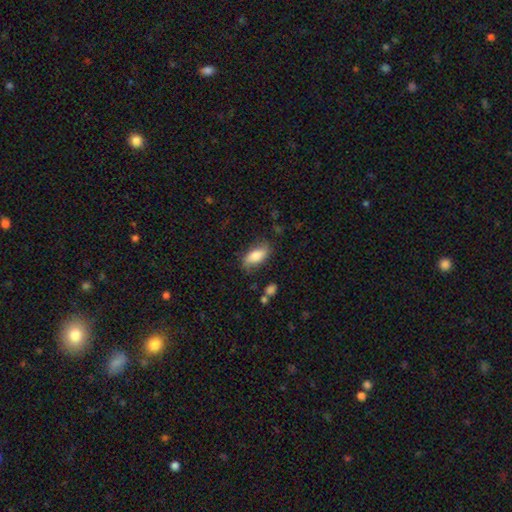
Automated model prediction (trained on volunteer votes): This appears to be a smooth galaxy with no disk features (74%) that is in between round and cigar-shaped (85%). Merging: none (71%).